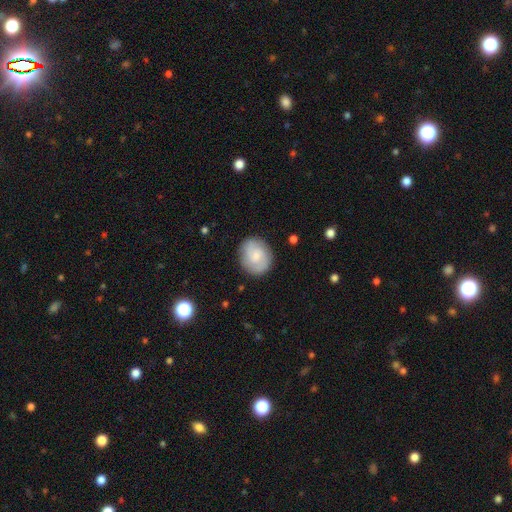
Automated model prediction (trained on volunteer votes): This appears to be a smooth galaxy with no disk features (51%) that is round (73%). Merging: none (84%).